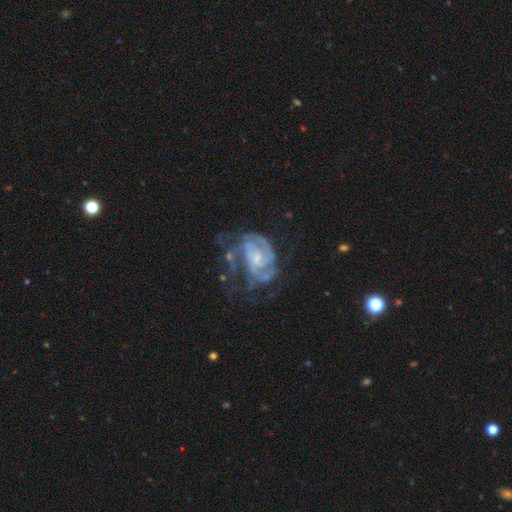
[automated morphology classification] Smooth or featured: featured or disk — 82% (star or artifact — 10%)
Edge-on disk: no — 97% (yes — 3%)
Bar: no — 58% (weak — 33%)
Spiral arms: yes — 92% (no — 8%)
Spiral winding: tight — 56% (medium — 35%)
Spiral arm count: 2 — 36% (can't tell — 28%)
Bulge size: small — 57% (moderate — 33%)
Merging: none — 50% (major disturbance — 23%)